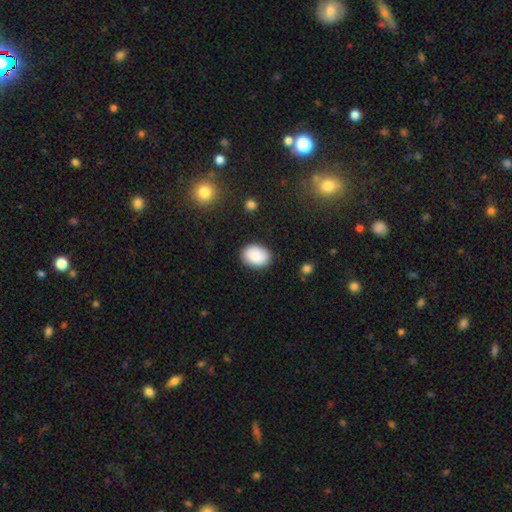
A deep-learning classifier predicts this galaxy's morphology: smooth-or-featured: smooth: 87% | star or artifact: 7% | featured or disk: 6%
  how-rounded: in between: 67% | round: 32% | cigar-shaped: 1%
  merging: none: 85% | minor disturbance: 11% | major disturbance: 3% | merger: 1%